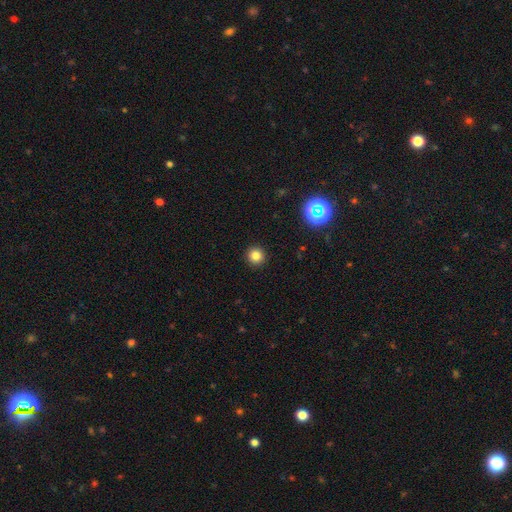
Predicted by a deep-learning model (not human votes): A smooth galaxy with no disk features (81%) that is round (95%). Merging: none (93%).